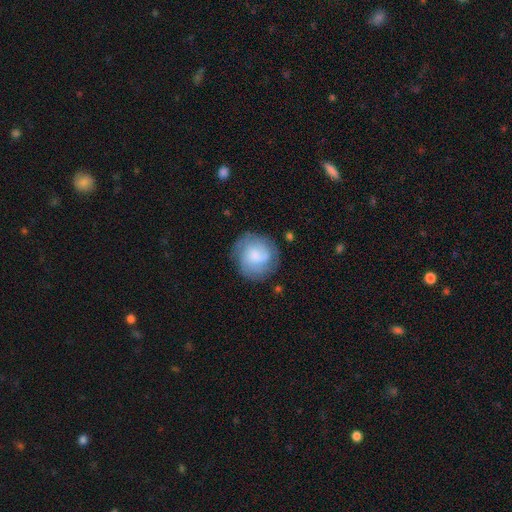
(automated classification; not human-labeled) Smooth or featured? smooth (50%)
How rounded? round (87%)
Merging? none (73%)